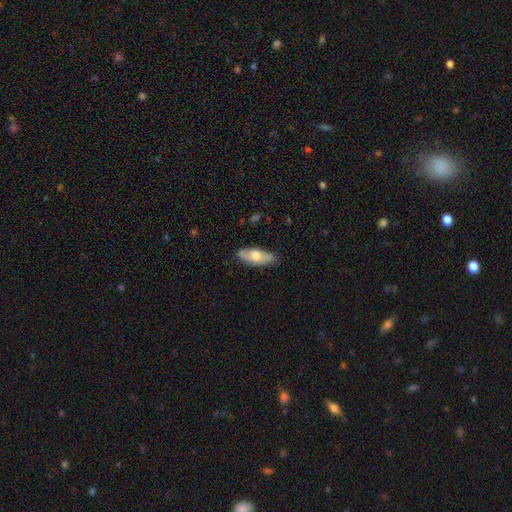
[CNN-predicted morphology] This is possibly a smooth galaxy (58%). How rounded: likely in between (70%). Merging: likely none (78%).